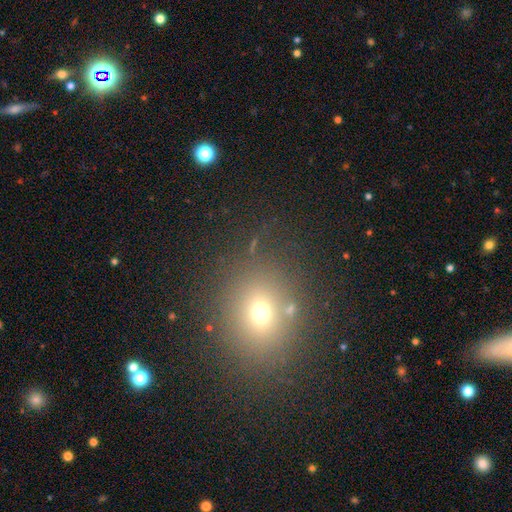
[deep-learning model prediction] Morphology: type=smooth (59%); roundness=round (66%); merging=none (82%).